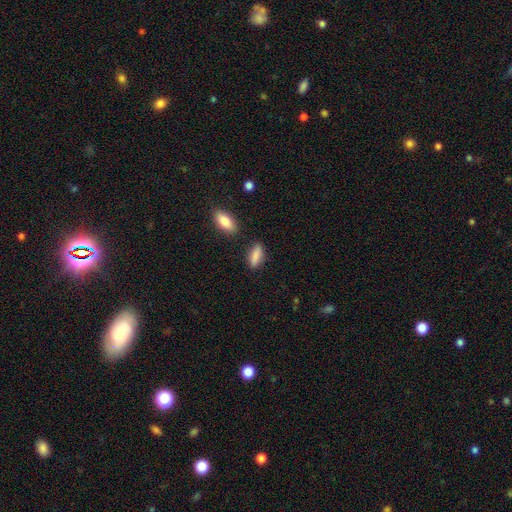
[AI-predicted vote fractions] smooth 85%, featured or disk 8%, star or artifact 7%. Down the decision tree: how rounded — in between (61%); merging — none (81%).